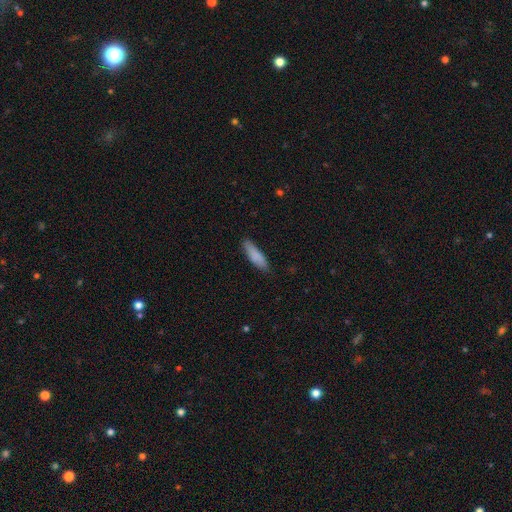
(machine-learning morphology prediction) Smooth or featured: smooth — 84% (featured or disk — 10%)
How rounded: cigar-shaped — 62% (in between — 36%)
Merging: none — 80% (minor disturbance — 16%)